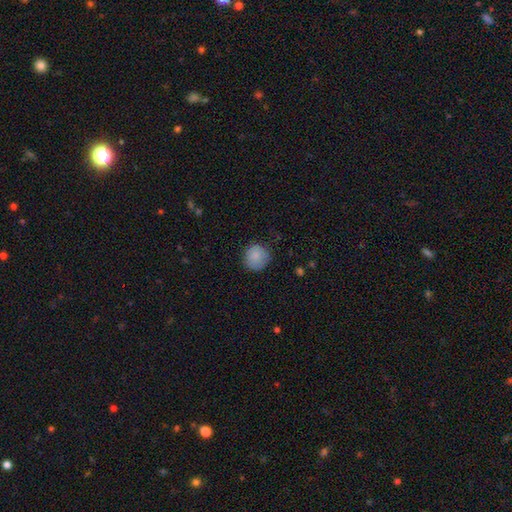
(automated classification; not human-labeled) smooth_or_featured: smooth (p=0.85) [alt: star or artifact p=0.08]
how_rounded: round (p=0.90) [alt: in between p=0.09]
merging: none (p=0.77) [alt: minor disturbance p=0.19]